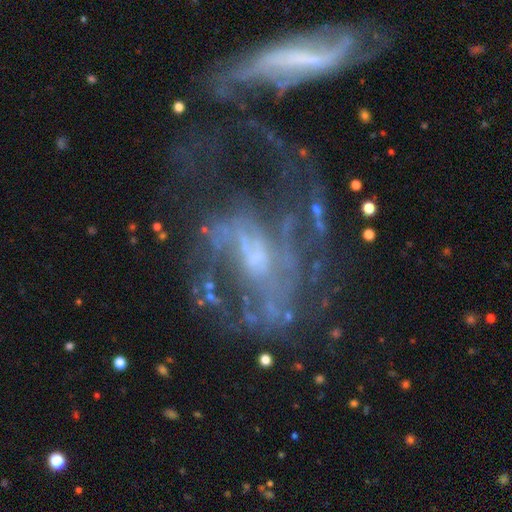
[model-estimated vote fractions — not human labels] Smooth or featured?
  - featured or disk: 80% *
  - star or artifact: 11%
  - smooth: 9%
Edge-on disk?
  - no: 96% *
  - yes: 4%
Bar?
  - no: 47% *
  - weak: 36%
  - strong: 17%
Spiral arms?
  - yes: 73% *
  - no: 27%
Spiral winding?
  - loose: 40% *
  - medium: 37%
  - tight: 22%
Spiral arm count?
  - 2: 35% *
  - can't tell: 34%
  - 1: 14%
  - 3: 9%
  - 4: 5%
  - more than 4: 4%
Bulge size?
  - small: 43% *
  - moderate: 32%
  - none: 19%
  - large: 5%
  - dominant: 2%
Merging?
  - major disturbance: 43% *
  - merger: 23%
  - none: 22%
  - minor disturbance: 12%